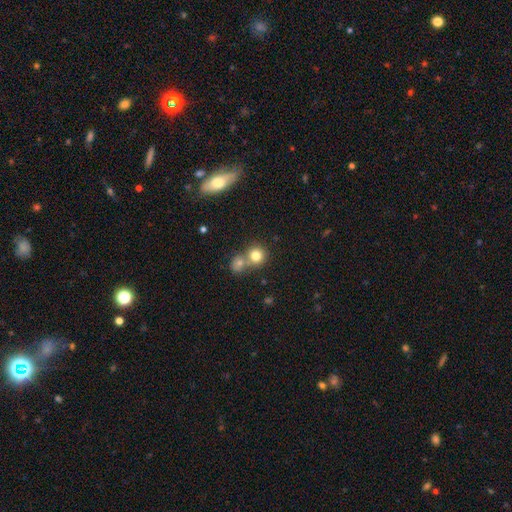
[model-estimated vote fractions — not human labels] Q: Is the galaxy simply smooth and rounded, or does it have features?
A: smooth — 78%.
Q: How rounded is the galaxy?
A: round — 87%.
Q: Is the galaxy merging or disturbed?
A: none — 49%.